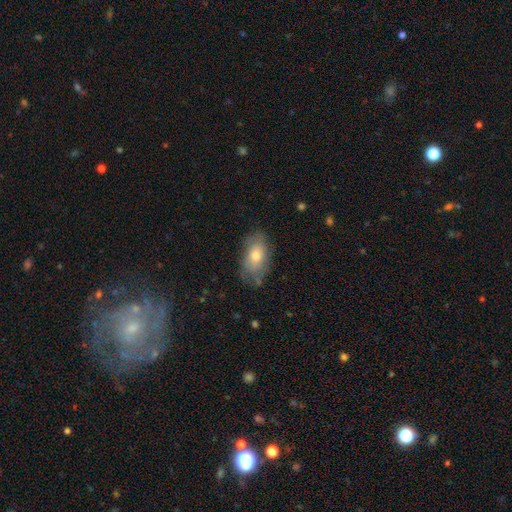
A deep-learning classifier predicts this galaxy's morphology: This is likely a smooth galaxy (64%). How rounded: clearly in between (91%). Merging: likely none (70%).